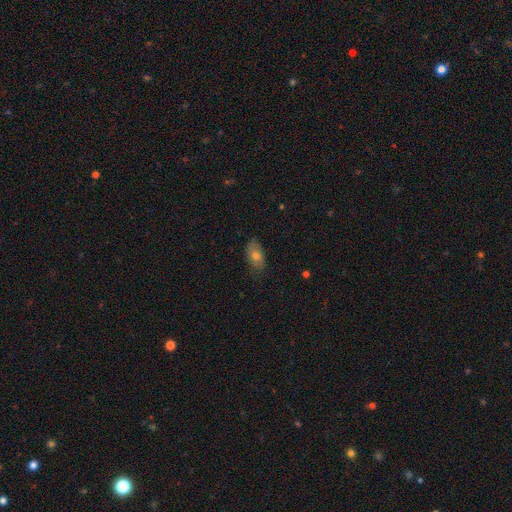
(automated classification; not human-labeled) Smooth or featured? Predicted: smooth (p=0.61). How rounded? Predicted: in between (p=0.88). Merging? Predicted: none (p=0.77).